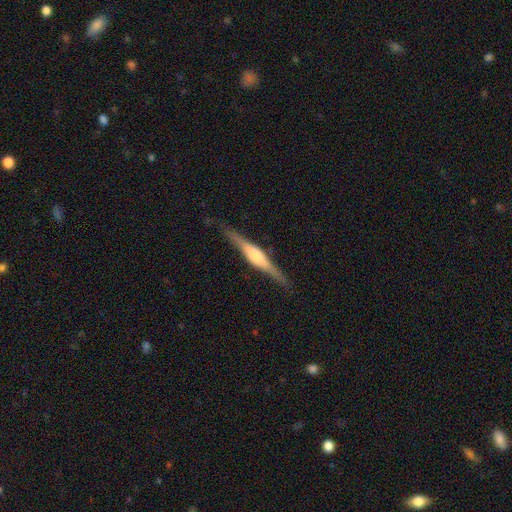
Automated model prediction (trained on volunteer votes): This is likely a featured or disk galaxy (75%). It is clearly viewed edge-on (97%). Edge-on bulge: likely rounded (70%). Merging: clearly none (86%).